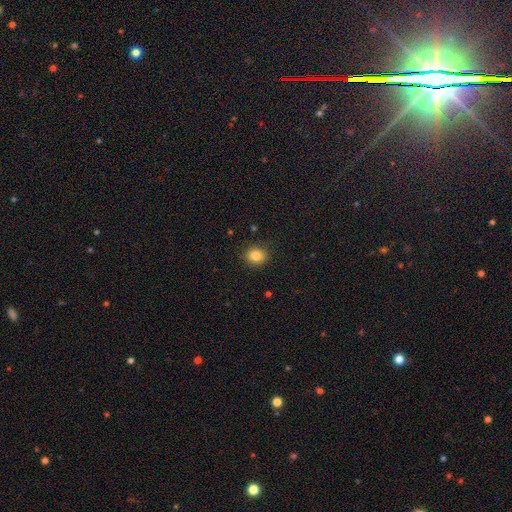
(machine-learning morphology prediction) Smooth or featured? Predicted: smooth (p=0.83). How rounded? Predicted: round (p=0.75). Merging? Predicted: none (p=0.90).